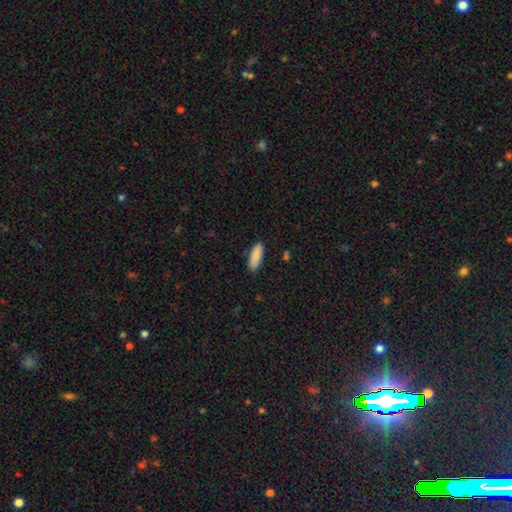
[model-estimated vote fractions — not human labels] Smooth or featured?
  - smooth: 88% *
  - featured or disk: 6%
  - star or artifact: 6%
How rounded?
  - in between: 61% *
  - cigar-shaped: 38%
  - round: 2%
Merging?
  - none: 87% *
  - minor disturbance: 9%
  - major disturbance: 2%
  - merger: 1%